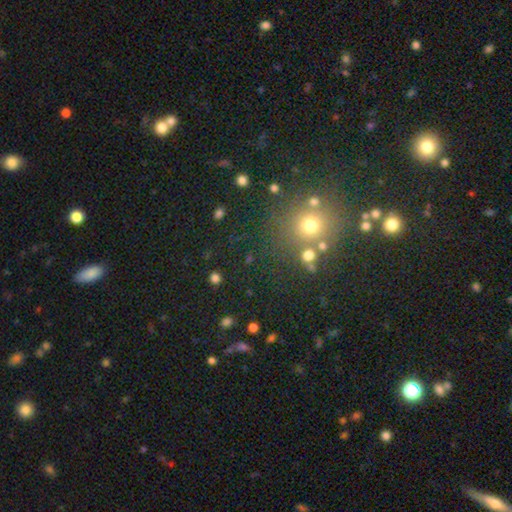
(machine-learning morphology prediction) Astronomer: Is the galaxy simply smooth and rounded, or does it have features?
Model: star or artifact — 50% (runner-up: smooth, 41%).